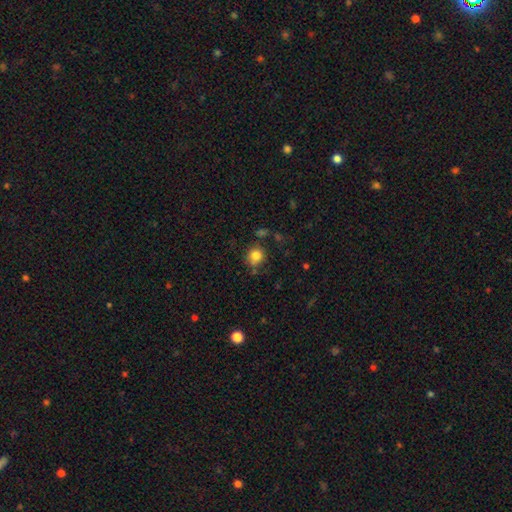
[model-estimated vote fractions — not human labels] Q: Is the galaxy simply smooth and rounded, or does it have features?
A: smooth — 82%.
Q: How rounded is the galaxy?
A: round — 84%.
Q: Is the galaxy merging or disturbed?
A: none — 74%.